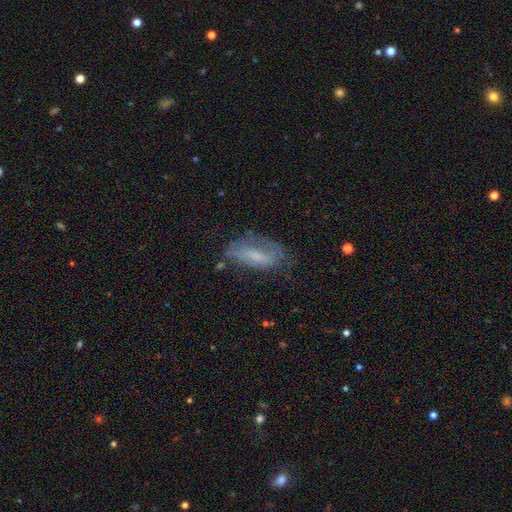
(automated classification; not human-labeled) A featured or disk galaxy (45%, tied with smooth). Merging: none (50%).